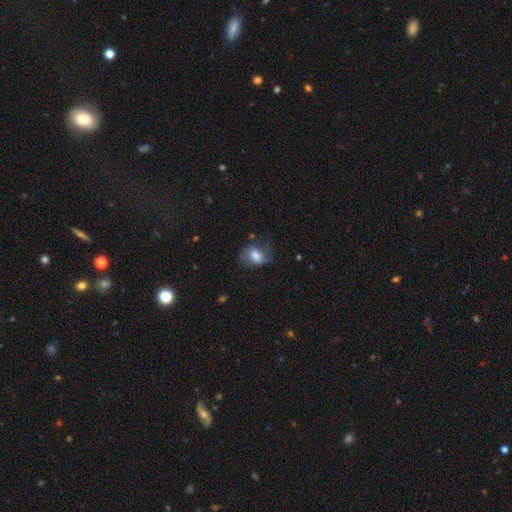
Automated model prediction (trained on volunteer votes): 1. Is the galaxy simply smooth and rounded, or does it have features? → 63% smooth, 29% featured or disk, 9% star or artifact.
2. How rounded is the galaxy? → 63% in between, 36% round, 1% cigar-shaped.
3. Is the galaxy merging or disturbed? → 52% none, 28% minor disturbance, 18% major disturbance, 2% merger.